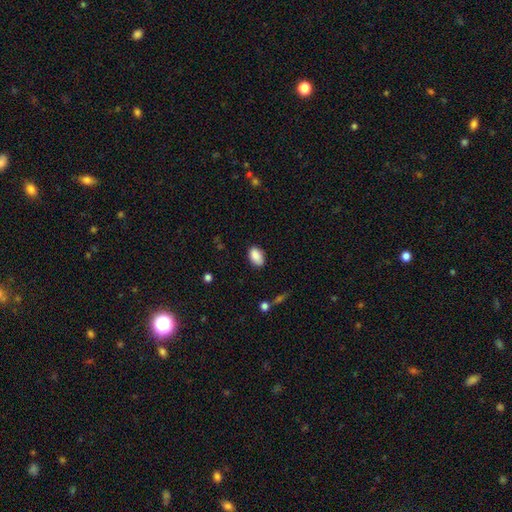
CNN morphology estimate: Overall: smooth (88%). How rounded: in between (91%). Merging: none (81%).